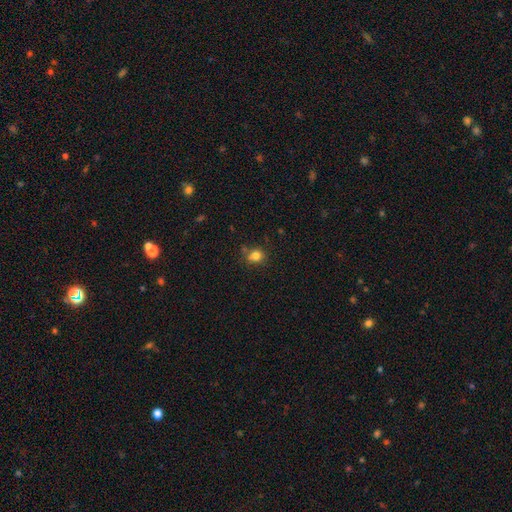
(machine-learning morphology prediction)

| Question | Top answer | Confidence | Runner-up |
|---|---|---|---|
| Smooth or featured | smooth | 80% | star or artifact (13%) |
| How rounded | round | 80% | in between (19%) |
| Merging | none | 69% | minor disturbance (15%) |